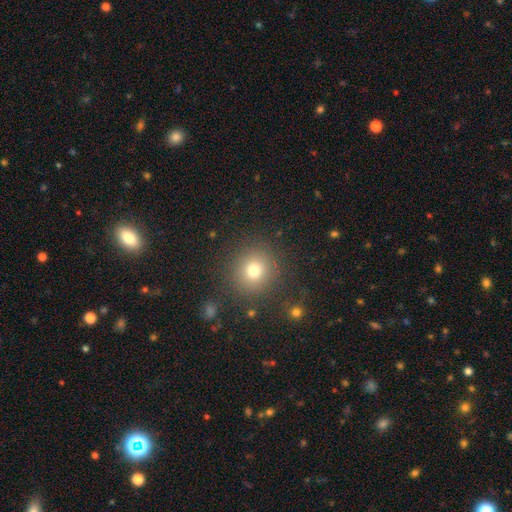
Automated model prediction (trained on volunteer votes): Smooth or featured? Predicted: smooth (p=0.60). How rounded? Predicted: round (p=0.93). Merging? Predicted: none (p=0.90).